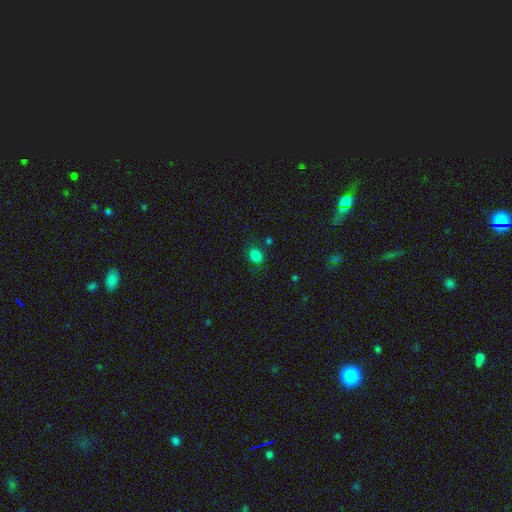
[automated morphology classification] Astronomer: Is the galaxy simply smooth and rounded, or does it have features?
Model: smooth — 82%.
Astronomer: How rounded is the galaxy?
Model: round — 50% (runner-up: in between, 49%).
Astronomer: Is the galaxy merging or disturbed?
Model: none — 74%.